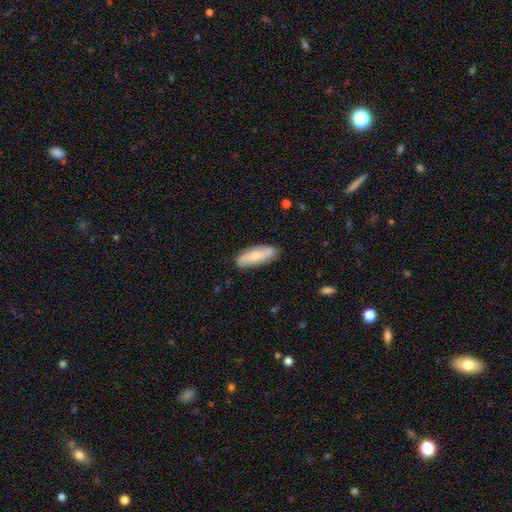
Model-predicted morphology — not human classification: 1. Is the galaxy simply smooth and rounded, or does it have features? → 59% smooth, 35% featured or disk, 6% star or artifact.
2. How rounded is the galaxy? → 53% in between, 45% cigar-shaped, 2% round.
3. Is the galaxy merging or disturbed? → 83% none, 13% minor disturbance, 3% major disturbance, 1% merger.